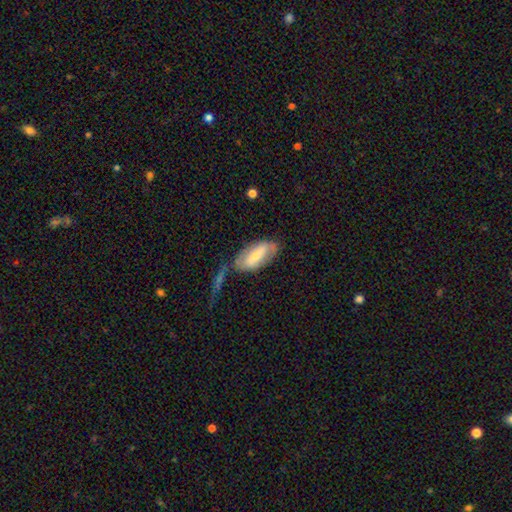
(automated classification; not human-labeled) The model was most divided on "smooth or featured": featured or disk: 48%, smooth: 46%, star or artifact: 6%. More confident: merging — none (58%).